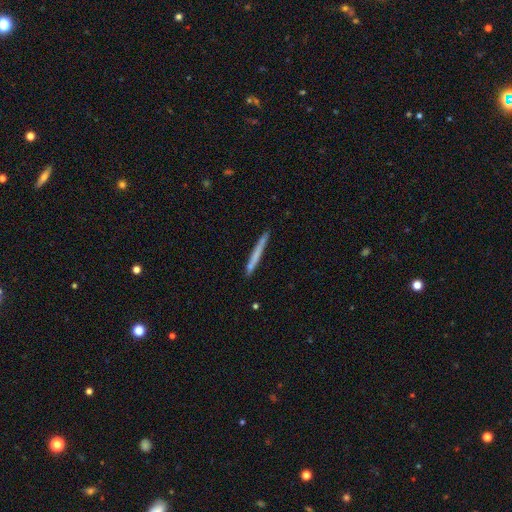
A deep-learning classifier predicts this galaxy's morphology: Overall: smooth (62%; featured or disk 32%). How rounded: cigar-shaped (97%). Merging: none (88%).